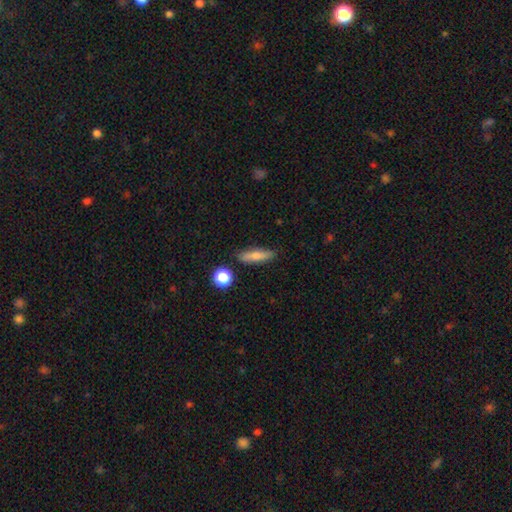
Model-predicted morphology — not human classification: smooth-or-featured: smooth: 72% | featured or disk: 20% | star or artifact: 8%
  how-rounded: cigar-shaped: 65% | in between: 30% | round: 5%
  merging: none: 82% | minor disturbance: 12% | merger: 3% | major disturbance: 3%